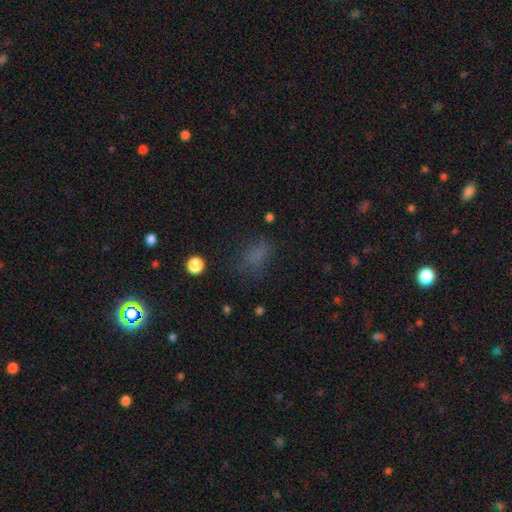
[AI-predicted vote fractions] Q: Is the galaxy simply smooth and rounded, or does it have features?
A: smooth — 67%.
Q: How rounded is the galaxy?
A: in between — 72%.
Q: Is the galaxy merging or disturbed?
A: none — 64%.